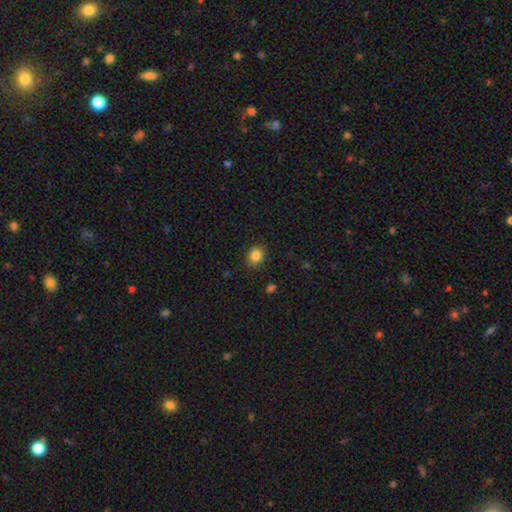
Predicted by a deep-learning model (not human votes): Smooth or featured?
  - smooth: 85% *
  - star or artifact: 11%
  - featured or disk: 4%
How rounded?
  - round: 66% *
  - in between: 33%
  - cigar-shaped: 1%
Merging?
  - none: 88% *
  - minor disturbance: 8%
  - major disturbance: 2%
  - merger: 1%